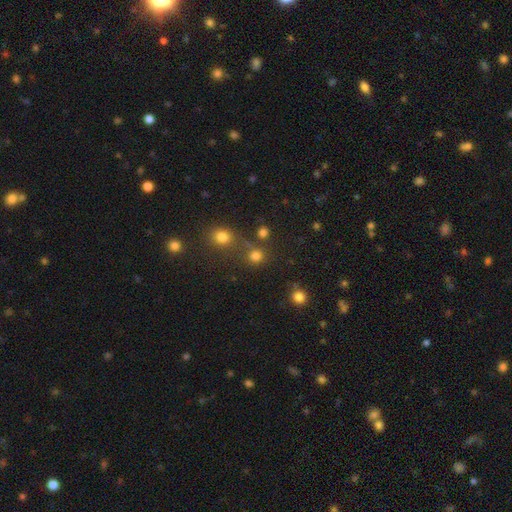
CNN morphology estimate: This is likely a smooth galaxy (76%). How rounded: clearly round (87%). Merging: likely none (65%).